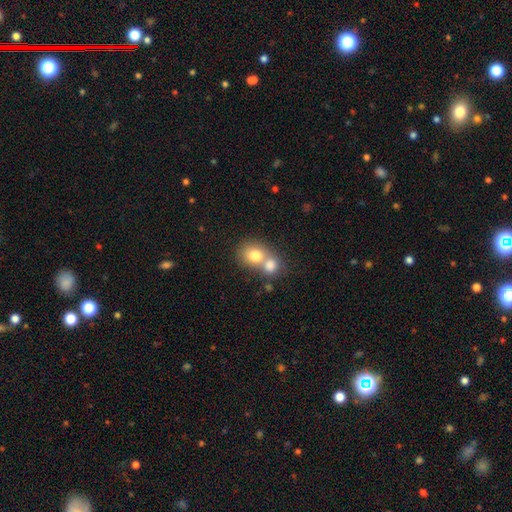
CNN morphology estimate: Smooth or featured?
  - smooth: 76% *
  - featured or disk: 15%
  - star or artifact: 9%
How rounded?
  - round: 65% *
  - in between: 34%
  - cigar-shaped: 1%
Merging?
  - merger: 62% *
  - none: 28%
  - minor disturbance: 6%
  - major disturbance: 3%